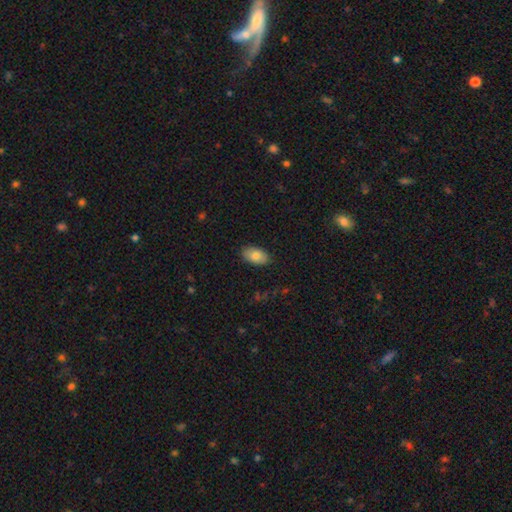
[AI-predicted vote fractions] A smooth galaxy with no disk features (80%) that is in between round and cigar-shaped (93%).

Vote fractions:
- Smooth or featured? smooth: 80% / featured or disk: 13% / star or artifact: 7%
- How rounded? in between: 93% / round: 6% / cigar-shaped: 1%
- Merging? none: 87% / minor disturbance: 10% / major disturbance: 2% / merger: 1%